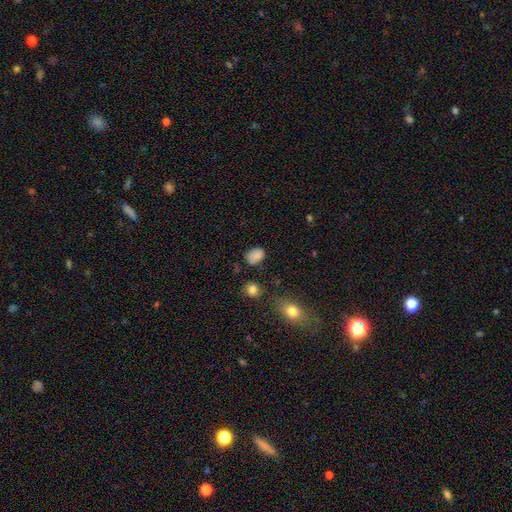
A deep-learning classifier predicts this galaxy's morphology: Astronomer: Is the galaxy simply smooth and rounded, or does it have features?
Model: smooth — 85%.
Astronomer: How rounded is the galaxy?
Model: in between — 75%.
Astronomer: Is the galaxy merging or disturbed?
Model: none — 77%.